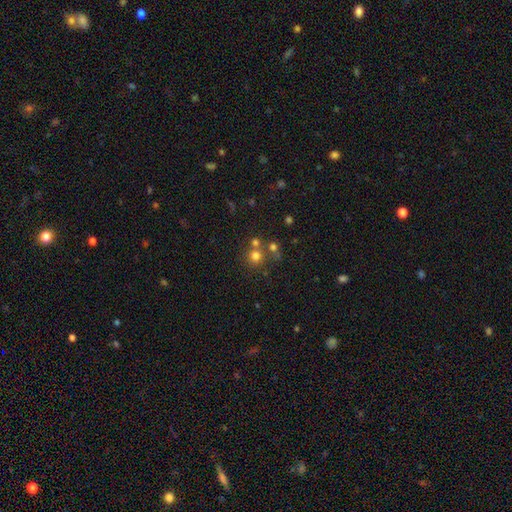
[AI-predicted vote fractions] Smooth or featured? Predicted: smooth (p=0.72). How rounded? Predicted: round (p=0.90). Merging? Predicted: none (p=0.61).